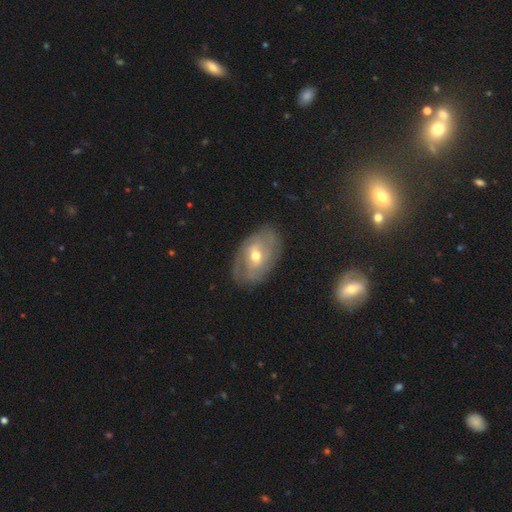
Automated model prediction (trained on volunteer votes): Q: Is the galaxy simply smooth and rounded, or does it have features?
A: featured or disk — 66%.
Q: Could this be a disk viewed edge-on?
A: no — 93%.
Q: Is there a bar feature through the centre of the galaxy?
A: no — 48%.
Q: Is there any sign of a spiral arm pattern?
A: yes — 65%.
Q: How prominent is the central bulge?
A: moderate — 71%.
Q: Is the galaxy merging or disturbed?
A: none — 75%.